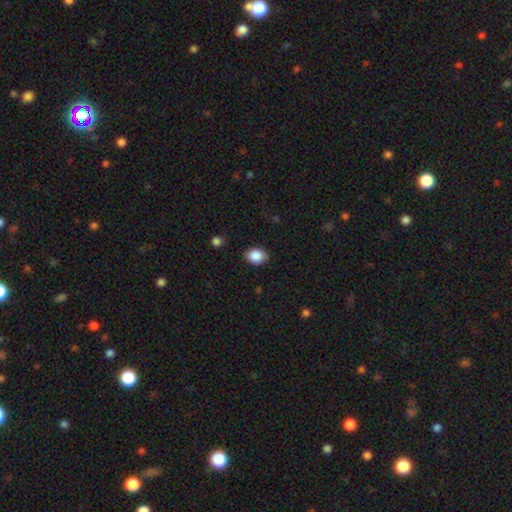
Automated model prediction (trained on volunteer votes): smooth 87%, star or artifact 8%, featured or disk 5%. Down the decision tree: how rounded — in between (57%); merging — none (84%).